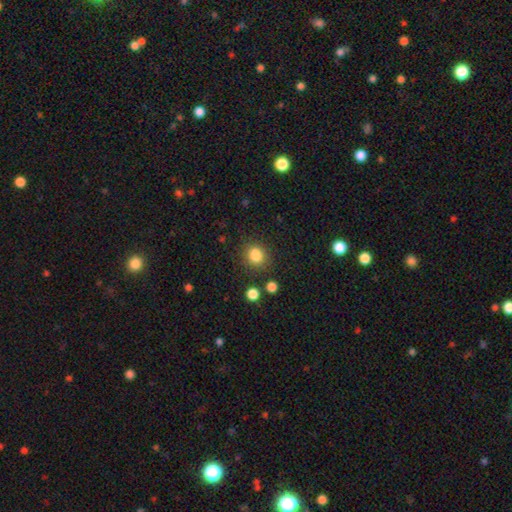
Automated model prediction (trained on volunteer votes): Morphology: type=smooth (84%); roundness=round (77%); merging=none (82%).